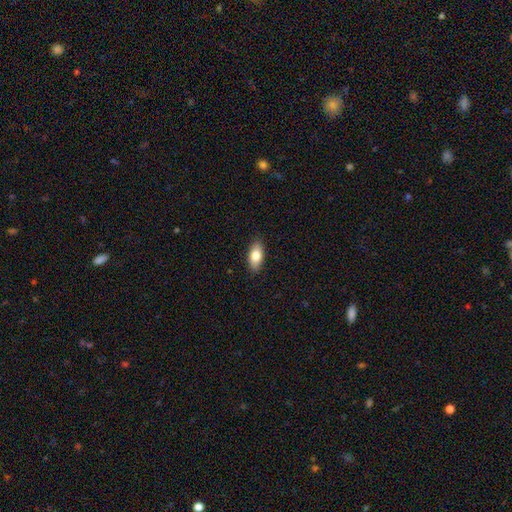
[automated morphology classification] smooth 81%, featured or disk 12%, star or artifact 7%. Down the decision tree: how rounded — in between (89%); merging — none (88%).